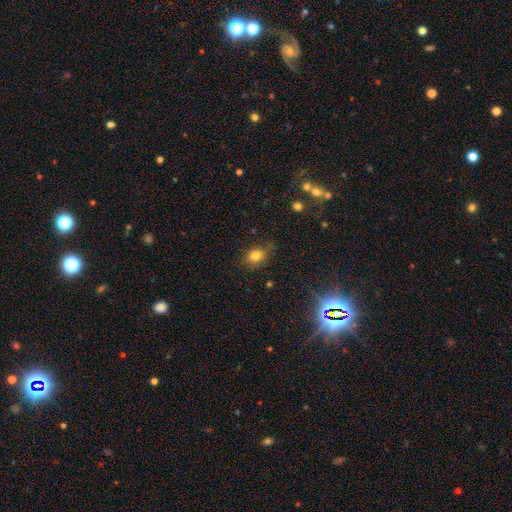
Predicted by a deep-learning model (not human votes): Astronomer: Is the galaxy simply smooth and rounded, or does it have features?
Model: smooth — 80%.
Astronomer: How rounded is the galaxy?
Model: in between — 63%.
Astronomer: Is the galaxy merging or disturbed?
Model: none — 77%.